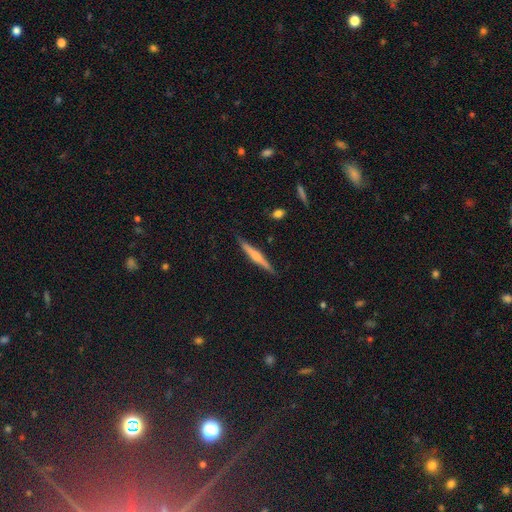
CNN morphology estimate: smooth_or_featured: featured or disk (p=0.55) [alt: smooth p=0.39]
disk_edge_on: yes (p=0.97) [alt: no p=0.03]
edge_on_bulge: rounded (p=0.56) [alt: none p=0.26]
merging: none (p=0.87) [alt: minor disturbance p=0.09]